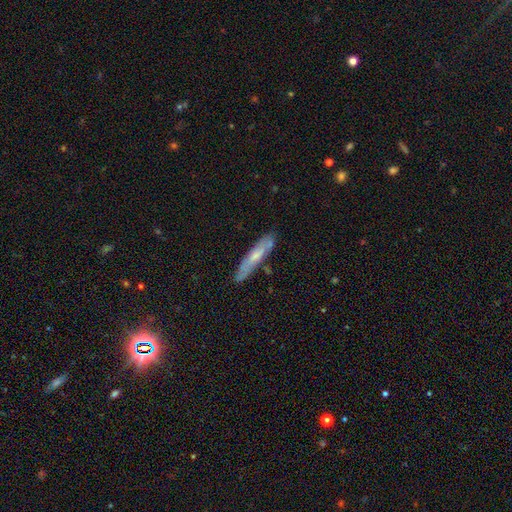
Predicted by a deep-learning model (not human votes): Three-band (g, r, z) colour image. It shows a smooth galaxy with no disk features (50%) that is cigar-shaped (90%). Merging: none (81%).